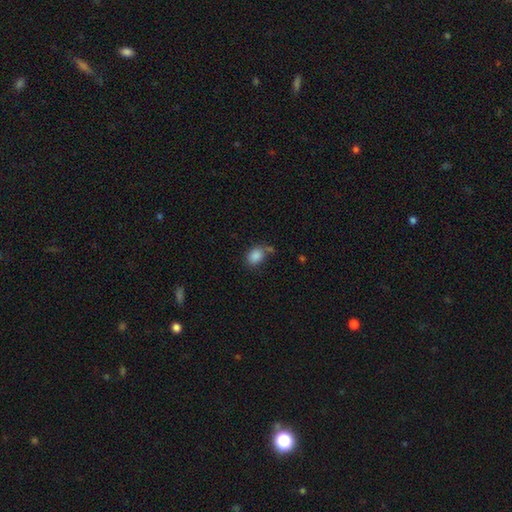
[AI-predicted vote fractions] smooth-or-featured: smooth: 86% | star or artifact: 9% | featured or disk: 5%
  how-rounded: in between: 63% | round: 36% | cigar-shaped: 1%
  merging: none: 61% | minor disturbance: 20% | merger: 13% | major disturbance: 7%